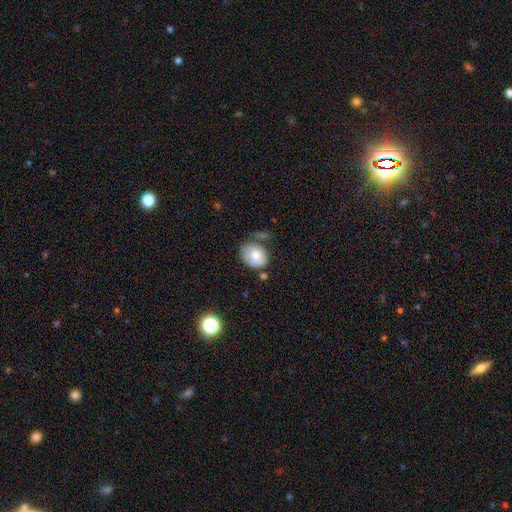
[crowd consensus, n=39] smooth-or-featured: smooth: 87% | featured or disk: 10% | star or artifact: 3%
  how-rounded: round: 53% | in between: 47% | cigar-shaped: 0%
  merging: none: 37% | minor disturbance: 24% | merger: 24% | major disturbance: 16%